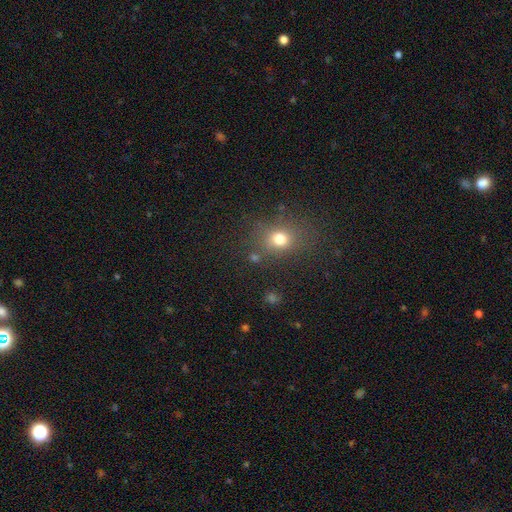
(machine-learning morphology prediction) smooth-or-featured: smooth: 66% | star or artifact: 24% | featured or disk: 10%
  how-rounded: round: 63% | in between: 35% | cigar-shaped: 2%
  merging: none: 78% | minor disturbance: 13% | major disturbance: 5% | merger: 5%